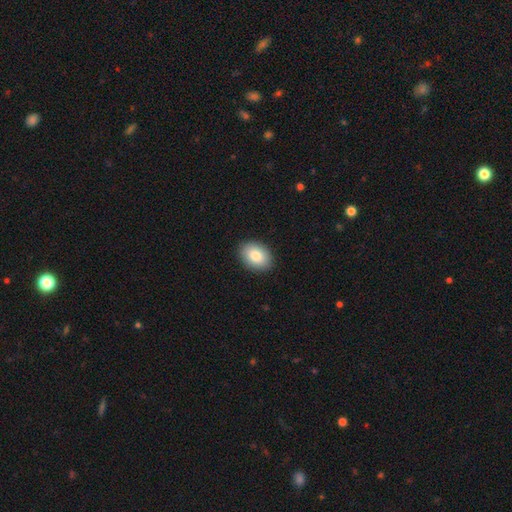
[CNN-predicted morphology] A smooth galaxy with no disk features (84%) that is in between round and cigar-shaped (78%). Merging: none (90%).